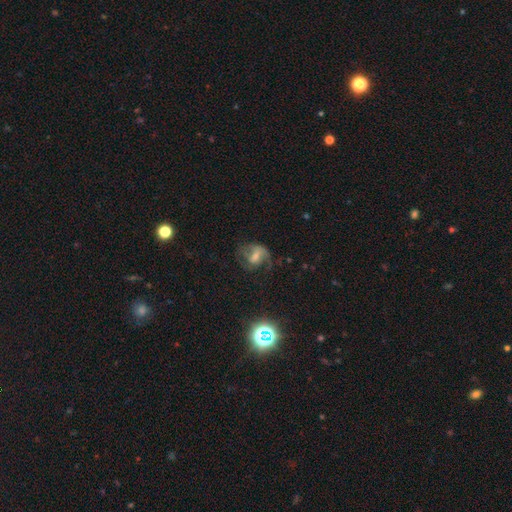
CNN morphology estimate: Smooth or featured: featured or disk — 56% (smooth — 31%)
Edge-on disk: no — 97% (yes — 3%)
Bar: weak — 45% (no — 33%)
Spiral arms: yes — 78% (no — 22%)
Bulge size: moderate — 42% (small — 39%)
Merging: none — 48% (major disturbance — 28%)